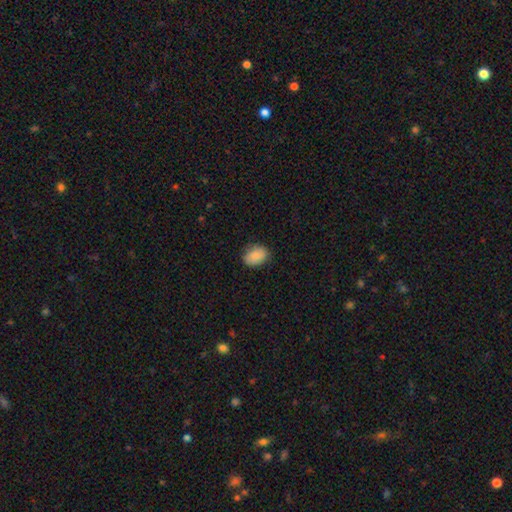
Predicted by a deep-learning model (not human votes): This appears to be a smooth galaxy with no disk features (87%) that is in between round and cigar-shaped (70%). Merging: none (81%).